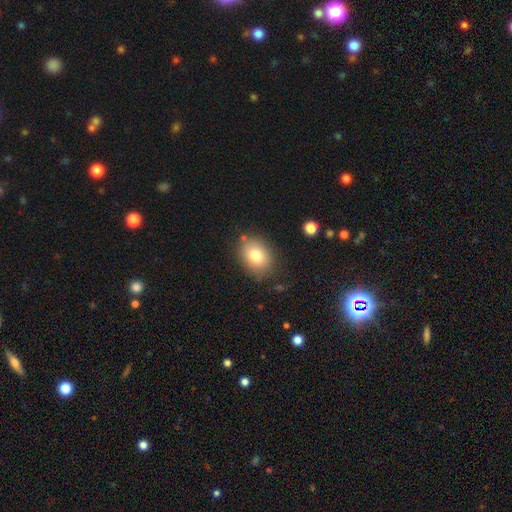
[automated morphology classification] Overall: smooth (81%). How rounded: in between (72%). Merging: none (79%).